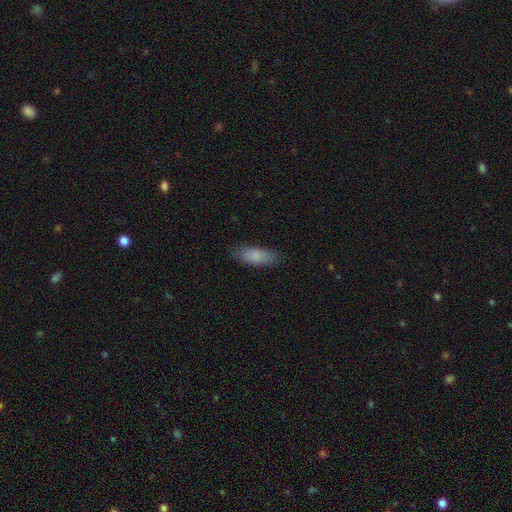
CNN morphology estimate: Smooth or featured? smooth (84%)
How rounded? in between (70%)
Merging? none (83%)